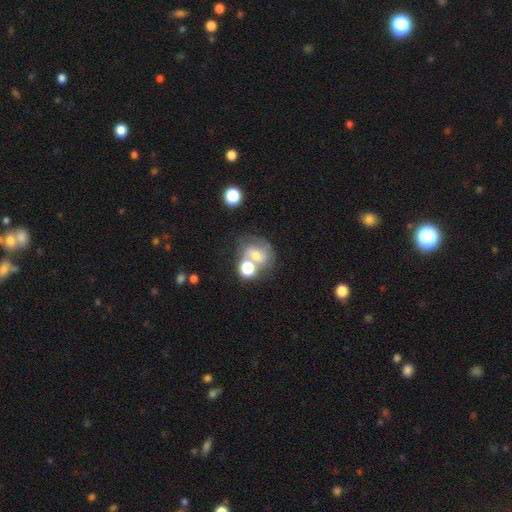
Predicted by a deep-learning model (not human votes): This is possibly a smooth galaxy (48%). Merging: marginally merger (42%).